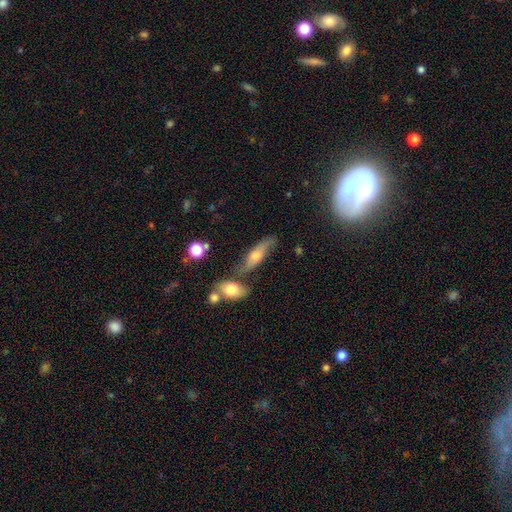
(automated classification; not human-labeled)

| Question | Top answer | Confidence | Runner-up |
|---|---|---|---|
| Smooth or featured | featured or disk | 46% | smooth (45%) |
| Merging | none | 57% | minor disturbance (22%) |